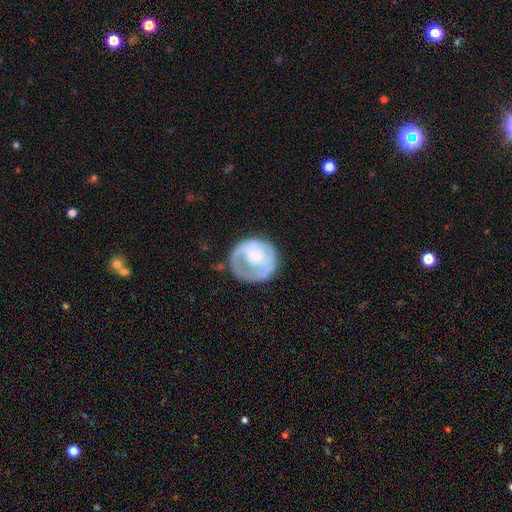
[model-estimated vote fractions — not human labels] smooth-or-featured: featured or disk: 55% | smooth: 39% | star or artifact: 6%
  disk-edge-on: no: 98% | yes: 2%
    bar: no: 73% | weak: 21% | strong: 5%
    has-spiral-arms: yes: 56% | no: 44%
    bulge-size: small: 45% | moderate: 33% | none: 11% | large: 8% | dominant: 2%
  merging: none: 52% | minor disturbance: 23% | major disturbance: 22% | merger: 3%